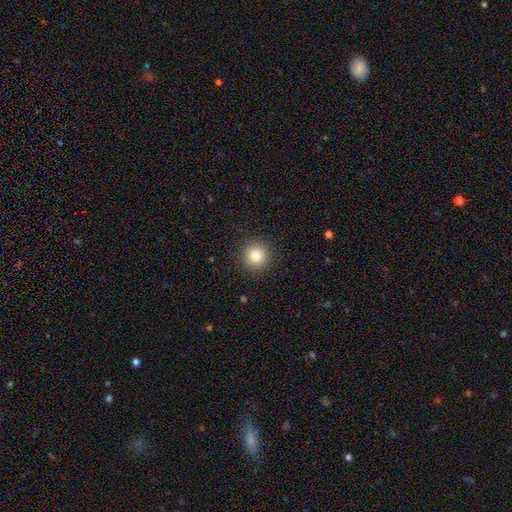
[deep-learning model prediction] Morphology: type=smooth (82%); roundness=round (95%); merging=none (91%).